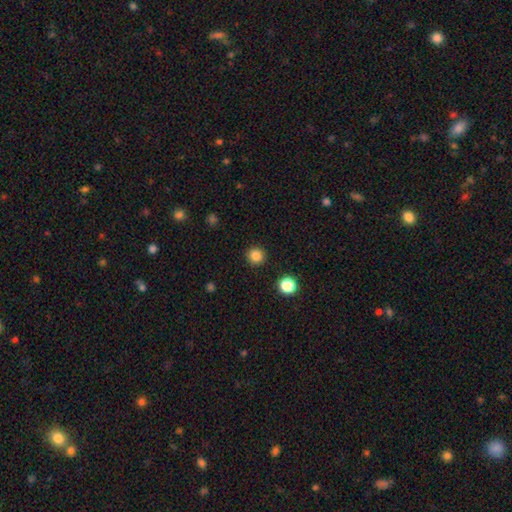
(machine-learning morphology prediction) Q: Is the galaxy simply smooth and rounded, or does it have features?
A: smooth — 85%.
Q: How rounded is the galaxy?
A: round — 94%.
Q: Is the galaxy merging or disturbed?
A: none — 92%.